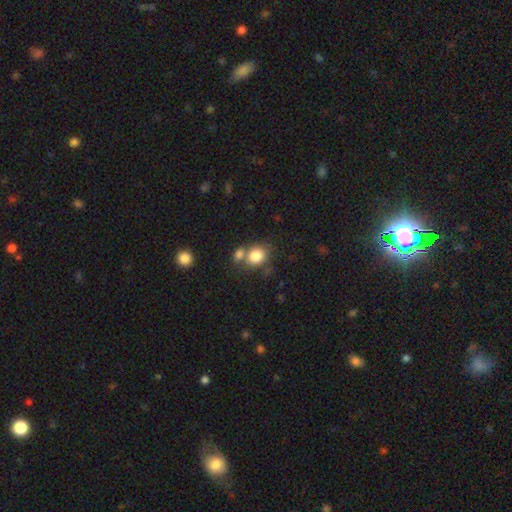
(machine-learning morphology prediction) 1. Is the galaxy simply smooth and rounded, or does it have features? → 83% smooth, 9% star or artifact, 8% featured or disk.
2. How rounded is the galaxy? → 64% round, 35% in between, 1% cigar-shaped.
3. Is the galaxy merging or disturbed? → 47% none, 37% merger, 11% minor disturbance, 5% major disturbance.